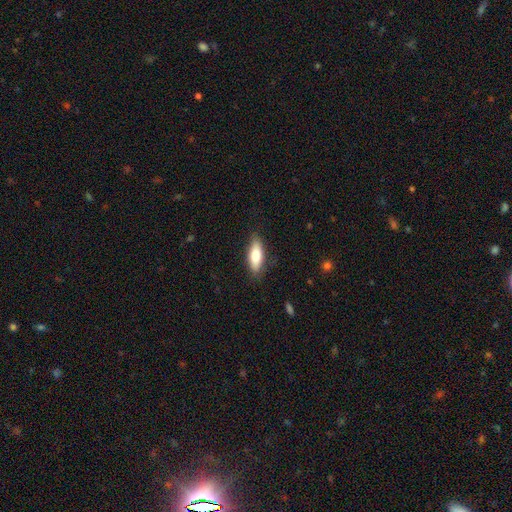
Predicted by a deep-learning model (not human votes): Q: Smooth or featured?
A: smooth (75%); runner-up: featured or disk (18%)
Q: How rounded?
A: in between (68%); runner-up: cigar-shaped (30%)
Q: Merging?
A: none (82%); runner-up: minor disturbance (14%)